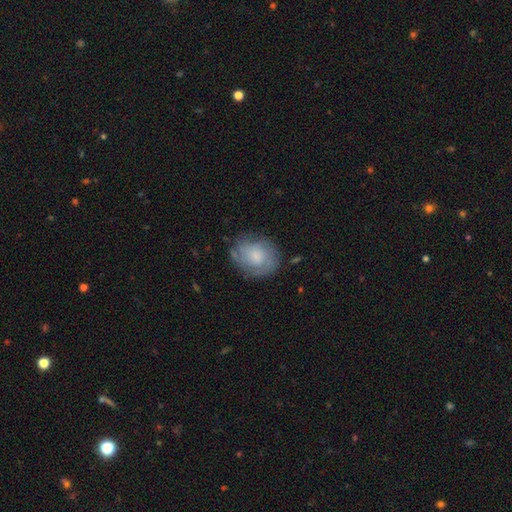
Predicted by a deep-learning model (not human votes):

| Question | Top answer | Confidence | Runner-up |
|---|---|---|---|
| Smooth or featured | smooth | 49% | featured or disk (44%) |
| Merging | none | 70% | minor disturbance (20%) |